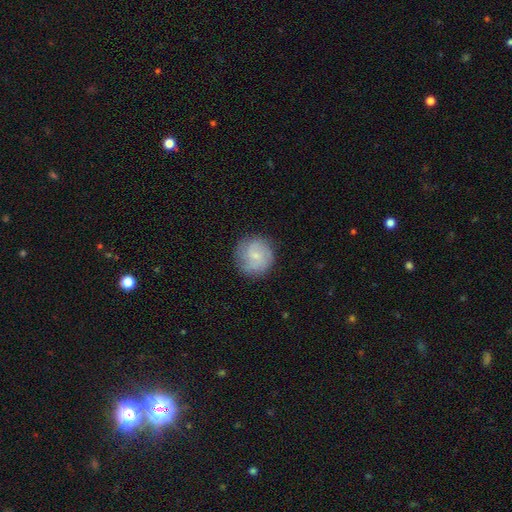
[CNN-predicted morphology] A smooth galaxy with no disk features (47%).

Vote fractions:
- Smooth or featured? smooth: 47% / featured or disk: 46% / star or artifact: 7%
- Merging? none: 82% / minor disturbance: 13% / major disturbance: 4% / merger: 1%